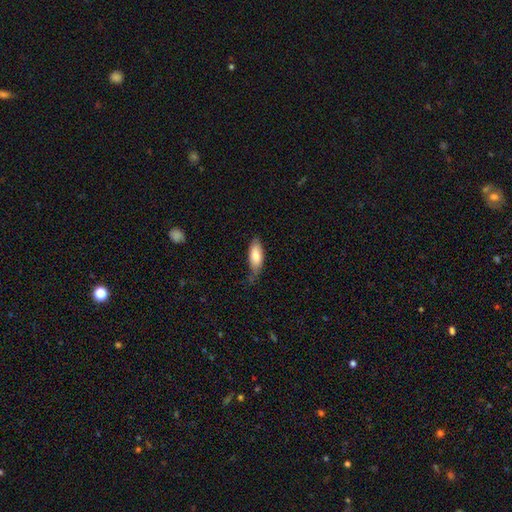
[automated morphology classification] Smooth or featured?
  - smooth: 80% *
  - featured or disk: 14%
  - star or artifact: 6%
How rounded?
  - in between: 77% *
  - cigar-shaped: 21%
  - round: 2%
Merging?
  - none: 55% *
  - minor disturbance: 35%
  - major disturbance: 8%
  - merger: 2%